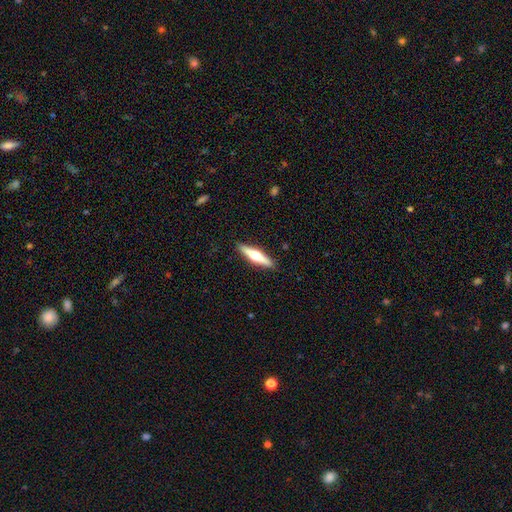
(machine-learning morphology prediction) This is likely a featured or disk galaxy (62%). It is clearly viewed edge-on (97%). Edge-on bulge: clearly rounded (95%). Merging: clearly none (91%).